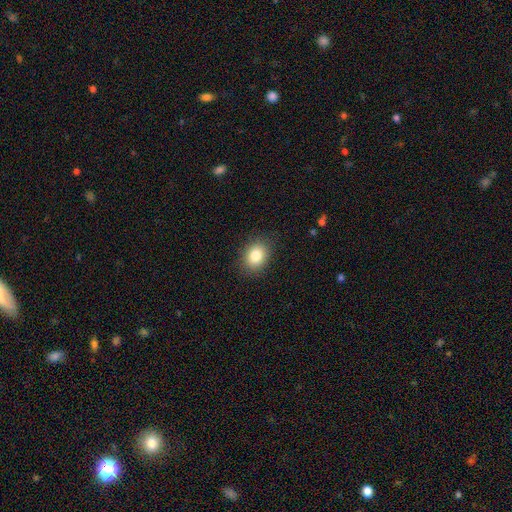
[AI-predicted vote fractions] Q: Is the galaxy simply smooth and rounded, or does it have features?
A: smooth — 82%.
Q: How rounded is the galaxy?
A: in between — 54%.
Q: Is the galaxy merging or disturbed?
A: none — 87%.